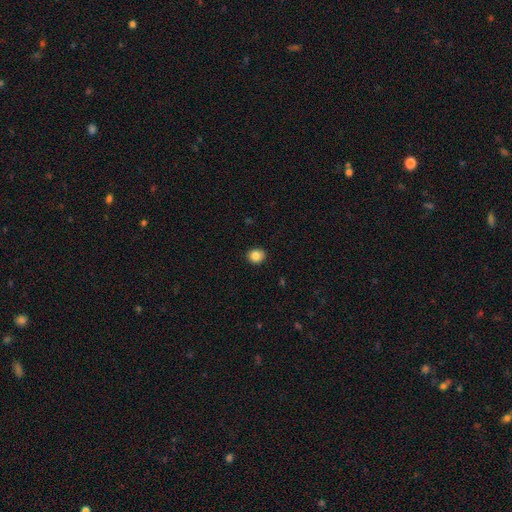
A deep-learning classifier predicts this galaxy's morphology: This is clearly a smooth galaxy (85%). How rounded: likely round (73%). Merging: clearly none (89%).